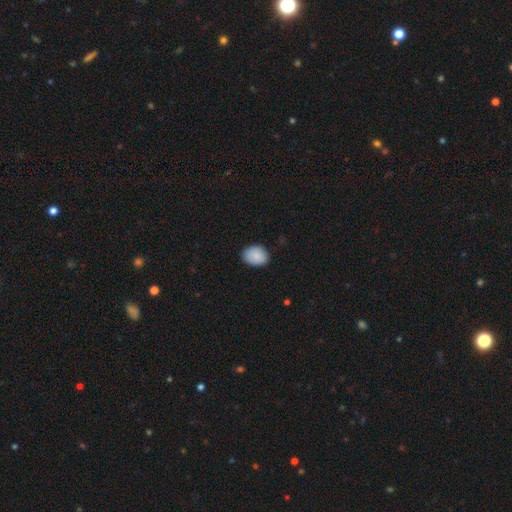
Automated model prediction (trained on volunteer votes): Morphology: type=smooth (88%); roundness=in between (68%); merging=none (81%).